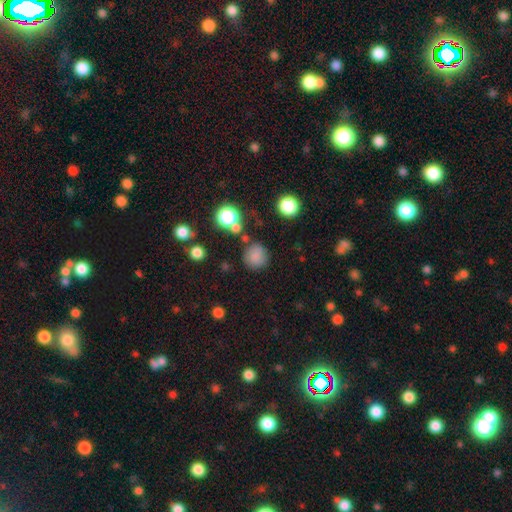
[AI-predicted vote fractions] smooth 79%, star or artifact 13%, featured or disk 7%. Down the decision tree: how rounded — round (92%); merging — none (79%).